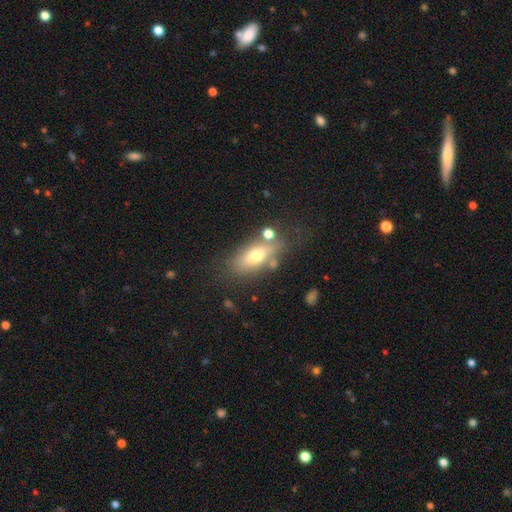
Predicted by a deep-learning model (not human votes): Smooth or featured: smooth — 60% (featured or disk — 30%)
How rounded: in between — 73% (cigar-shaped — 22%)
Merging: none — 63% (minor disturbance — 18%)